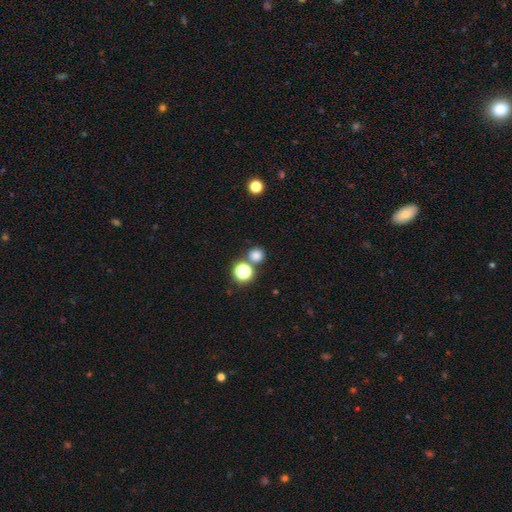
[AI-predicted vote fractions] The model was most divided on "merging": none: 74%, merger: 16%, minor disturbance: 7%, major disturbance: 3%. More confident: how rounded — round (92%); smooth or featured — smooth (77%).